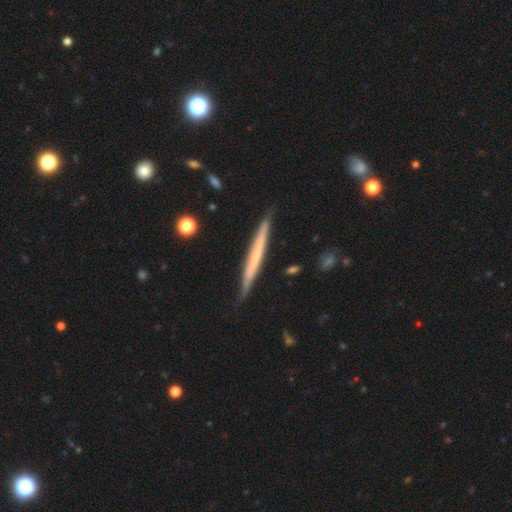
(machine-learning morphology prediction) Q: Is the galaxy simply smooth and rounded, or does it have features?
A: featured or disk — 50%.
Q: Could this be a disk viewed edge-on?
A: yes — 97%.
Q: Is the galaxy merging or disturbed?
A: none — 87%.